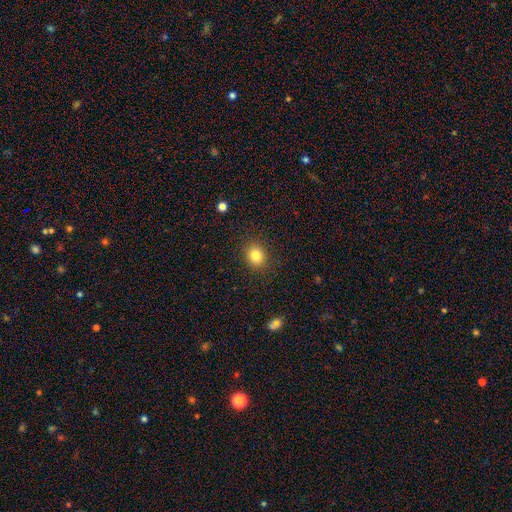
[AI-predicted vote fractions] A smooth galaxy with no disk features (82%) that is round (70%).

Vote fractions:
- Smooth or featured? smooth: 82% / star or artifact: 11% / featured or disk: 7%
- How rounded? round: 70% / in between: 29% / cigar-shaped: 1%
- Merging? none: 88% / minor disturbance: 8% / major disturbance: 3% / merger: 1%